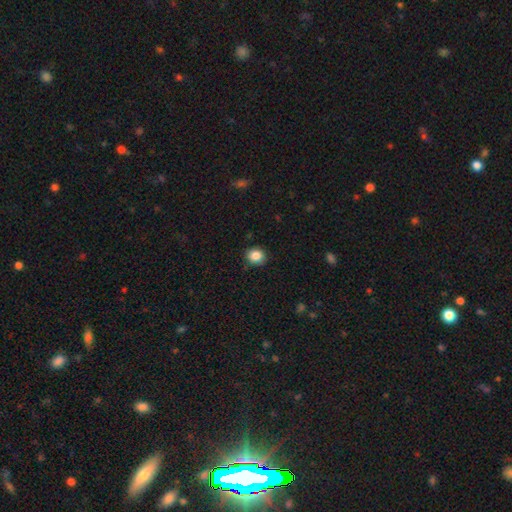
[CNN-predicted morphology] A smooth galaxy with no disk features (86%) that is round (76%). Merging: none (88%).